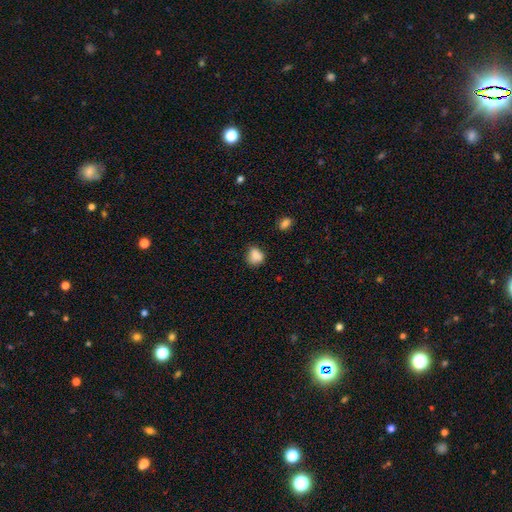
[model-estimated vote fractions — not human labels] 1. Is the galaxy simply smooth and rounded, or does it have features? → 85% smooth, 10% star or artifact, 5% featured or disk.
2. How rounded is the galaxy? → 65% round, 34% in between, 1% cigar-shaped.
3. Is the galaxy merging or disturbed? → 64% none, 27% minor disturbance, 6% major disturbance, 4% merger.